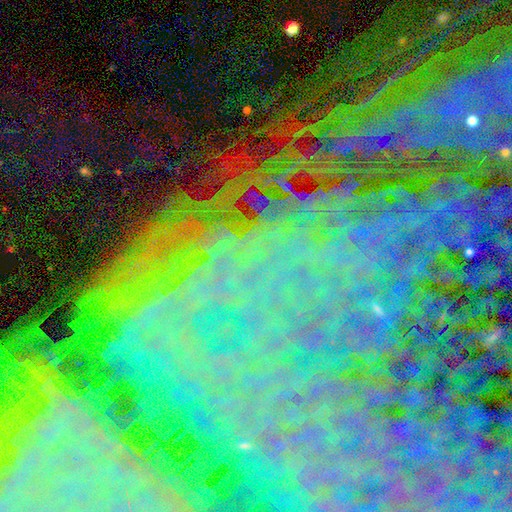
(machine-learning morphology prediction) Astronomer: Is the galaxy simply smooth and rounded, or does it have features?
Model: star or artifact — 74%.